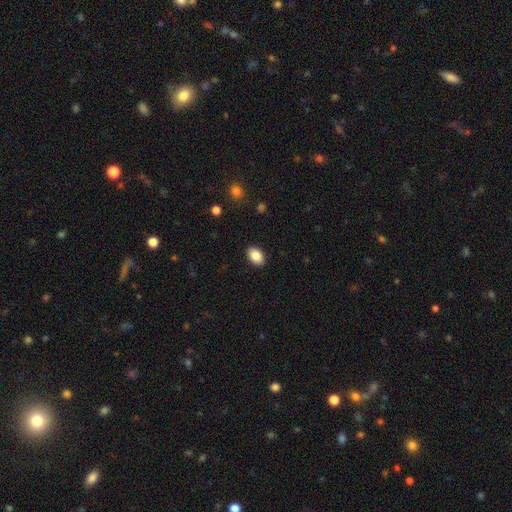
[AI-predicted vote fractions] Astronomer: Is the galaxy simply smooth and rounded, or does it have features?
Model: smooth — 87%.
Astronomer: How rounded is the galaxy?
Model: in between — 87%.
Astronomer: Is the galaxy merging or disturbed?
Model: none — 89%.